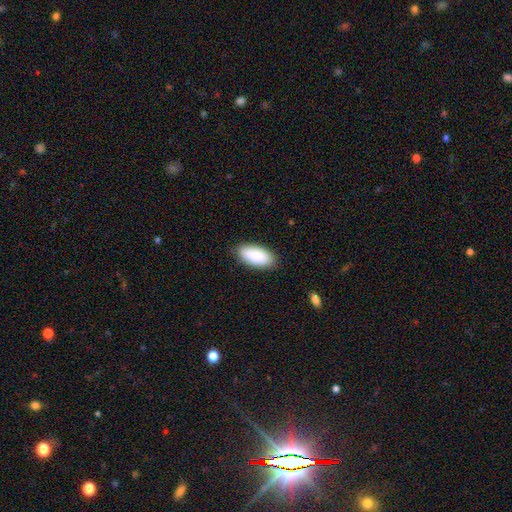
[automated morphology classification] Smooth or featured?
  - smooth: 89% *
  - featured or disk: 6%
  - star or artifact: 6%
How rounded?
  - in between: 91% *
  - cigar-shaped: 7%
  - round: 2%
Merging?
  - none: 86% *
  - minor disturbance: 11%
  - major disturbance: 2%
  - merger: 1%